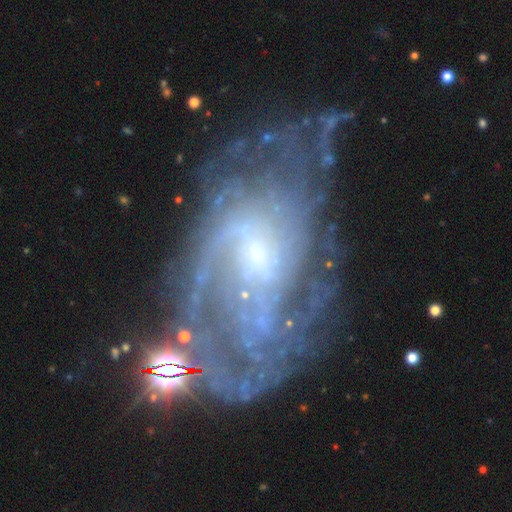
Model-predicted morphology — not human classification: Smooth or featured?
  - featured or disk: 83% *
  - star or artifact: 9%
  - smooth: 8%
Edge-on disk?
  - no: 96% *
  - yes: 4%
Bar?
  - no: 55% *
  - weak: 36%
  - strong: 9%
Spiral arms?
  - yes: 90% *
  - no: 10%
Spiral winding?
  - tight: 46% *
  - medium: 37%
  - loose: 17%
Spiral arm count?
  - can't tell: 44% *
  - 2: 19%
  - 3: 12%
  - 4: 9%
  - more than 4: 8%
  - 1: 7%
Bulge size?
  - small: 62% *
  - moderate: 21%
  - none: 12%
  - large: 3%
  - dominant: 1%
Merging?
  - none: 55% *
  - minor disturbance: 21%
  - major disturbance: 19%
  - merger: 5%